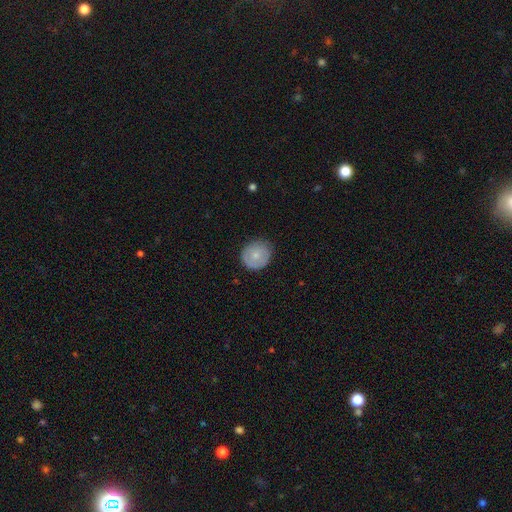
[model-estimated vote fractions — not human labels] This is likely a smooth galaxy (71%). How rounded: clearly round (87%). Merging: clearly none (82%).